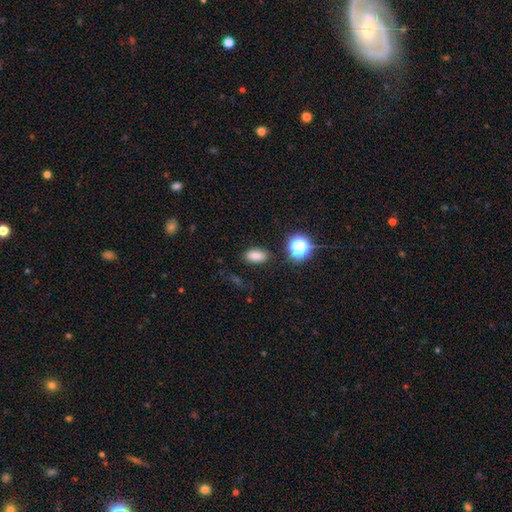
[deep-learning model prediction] Smooth or featured: smooth — 80% (star or artifact — 15%)
How rounded: in between — 86% (round — 10%)
Merging: none — 85% (minor disturbance — 10%)